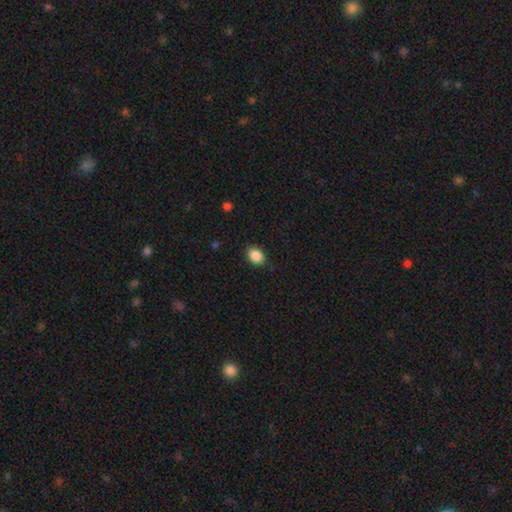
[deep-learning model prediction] smooth-or-featured: smooth: 88% | star or artifact: 9% | featured or disk: 4%
  how-rounded: in between: 67% | round: 32% | cigar-shaped: 1%
  merging: none: 84% | minor disturbance: 13% | major disturbance: 3% | merger: 1%